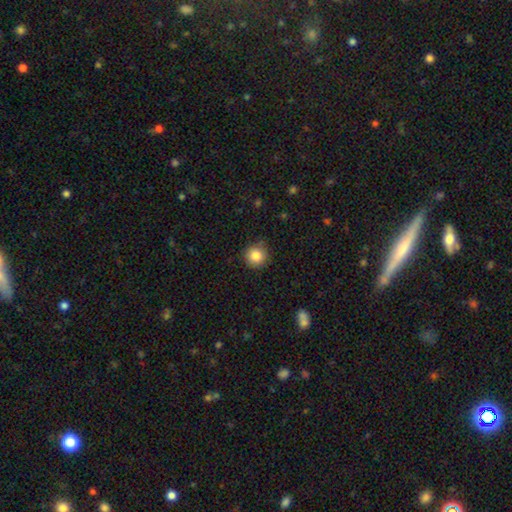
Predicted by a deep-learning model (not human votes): A smooth galaxy with no disk features (85%) that is round (93%).

Vote fractions:
- Smooth or featured? smooth: 85% / star or artifact: 10% / featured or disk: 5%
- How rounded? round: 93% / in between: 6% / cigar-shaped: 1%
- Merging? none: 83% / minor disturbance: 13% / major disturbance: 2% / merger: 1%